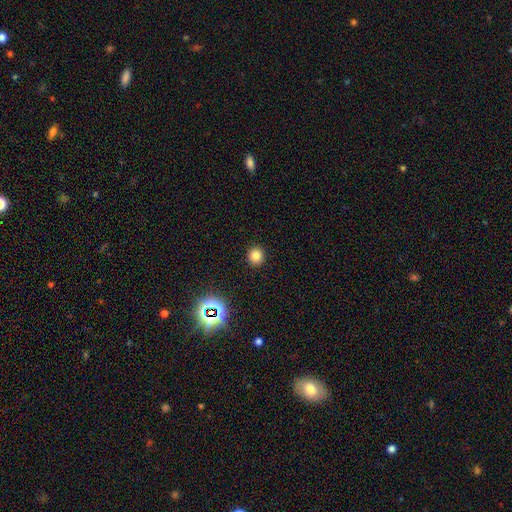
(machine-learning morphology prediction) Smooth or featured? Predicted: smooth (p=0.79). How rounded? Predicted: round (p=0.91). Merging? Predicted: none (p=0.92).